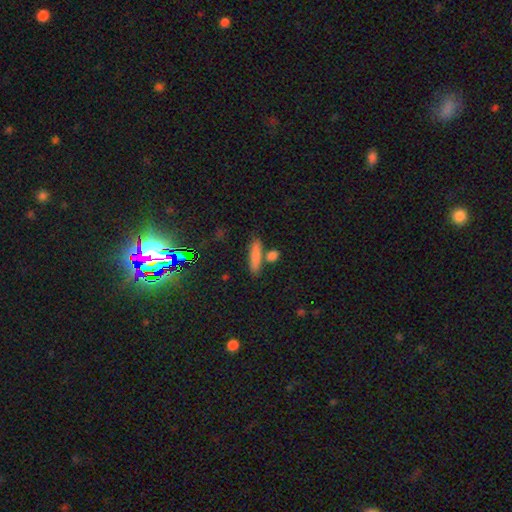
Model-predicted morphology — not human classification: A smooth galaxy with no disk features (78%) that is cigar-shaped (71%).

Vote fractions:
- Smooth or featured? smooth: 78% / featured or disk: 11% / star or artifact: 11%
- How rounded? cigar-shaped: 71% / in between: 24% / round: 5%
- Merging? none: 71% / merger: 15% / minor disturbance: 11% / major disturbance: 4%